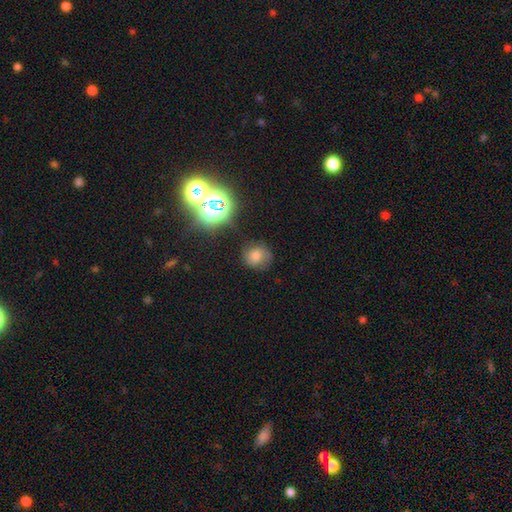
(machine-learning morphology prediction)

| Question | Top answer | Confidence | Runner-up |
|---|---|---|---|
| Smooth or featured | smooth | 50% | star or artifact (27%) |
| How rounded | round | 77% | in between (22%) |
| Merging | none | 70% | minor disturbance (19%) |